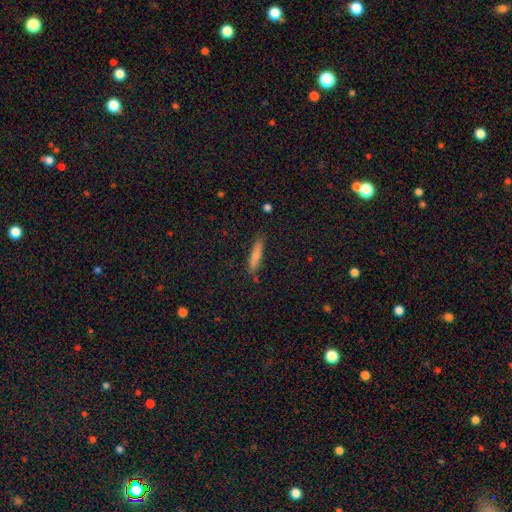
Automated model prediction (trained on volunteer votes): smooth 79%, featured or disk 14%, star or artifact 7%. Down the decision tree: how rounded — cigar-shaped (86%); merging — none (81%).